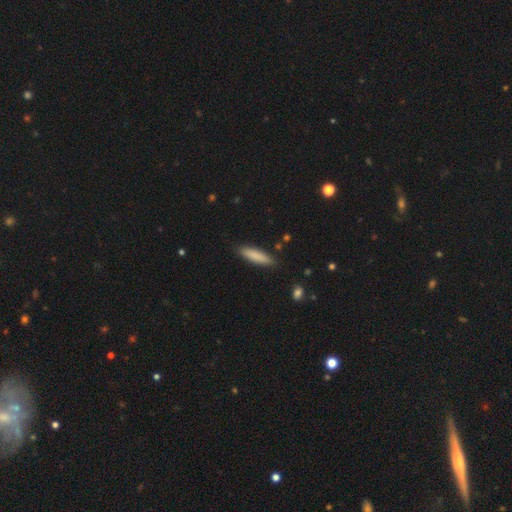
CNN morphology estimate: The model was most divided on "how rounded": cigar-shaped: 77%, in between: 22%, round: 1%. More confident: merging — none (87%); smooth or featured — smooth (85%).